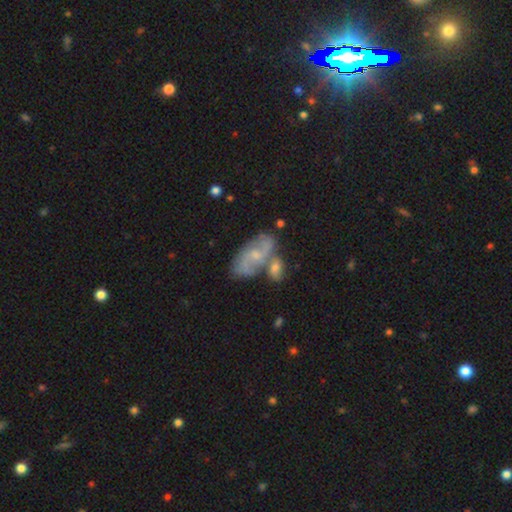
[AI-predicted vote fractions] Morphology: type=featured or disk (71%); edge-on=no (95%); bar=no (52%); spiral arms=yes (88%); winding=medium (47%); arm count=2 (73%); bulge=small (63%); merging=none (44%).